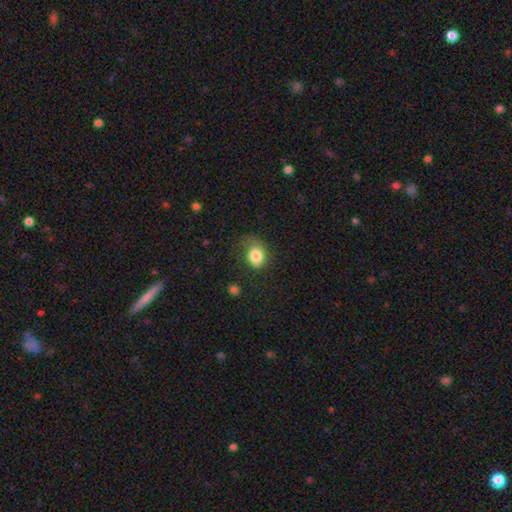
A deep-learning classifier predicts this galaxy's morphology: Smooth or featured? Predicted: smooth (p=0.83). How rounded? Predicted: in between (p=0.53). Merging? Predicted: none (p=0.52).